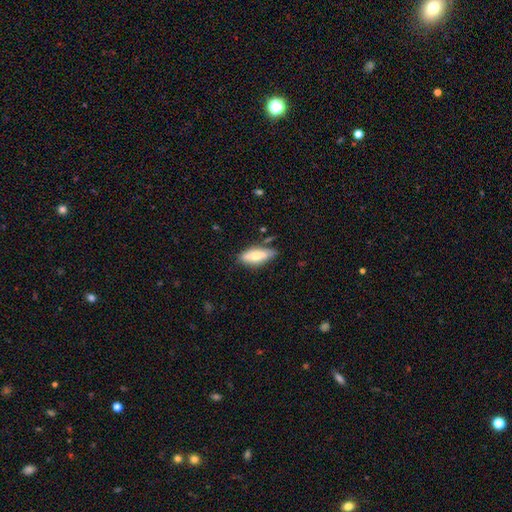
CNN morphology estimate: smooth-or-featured: smooth: 61% | featured or disk: 33% | star or artifact: 7%
  how-rounded: in between: 63% | cigar-shaped: 34% | round: 2%
  merging: none: 71% | minor disturbance: 20% | major disturbance: 4% | merger: 4%